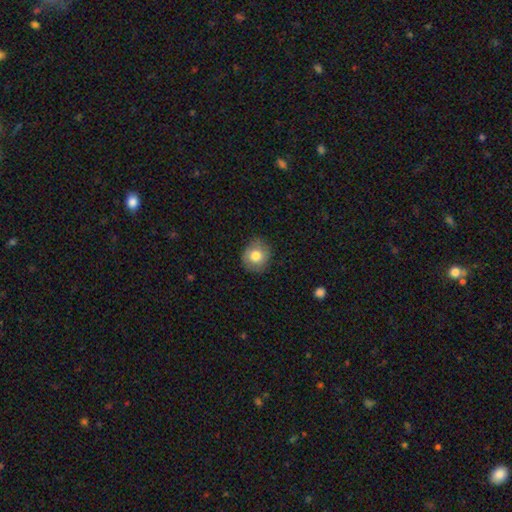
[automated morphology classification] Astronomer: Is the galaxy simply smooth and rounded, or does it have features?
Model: smooth — 77%.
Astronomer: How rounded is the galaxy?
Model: round — 85%.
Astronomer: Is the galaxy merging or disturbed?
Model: none — 81%.